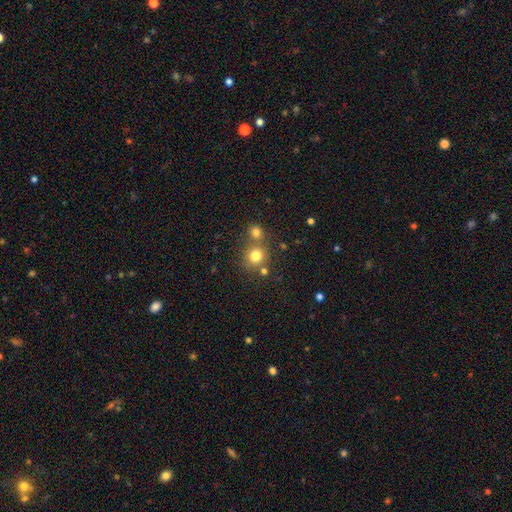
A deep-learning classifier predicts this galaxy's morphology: Q: Smooth or featured?
A: smooth (78%); runner-up: star or artifact (14%)
Q: How rounded?
A: round (87%); runner-up: in between (12%)
Q: Merging?
A: none (62%); runner-up: merger (27%)